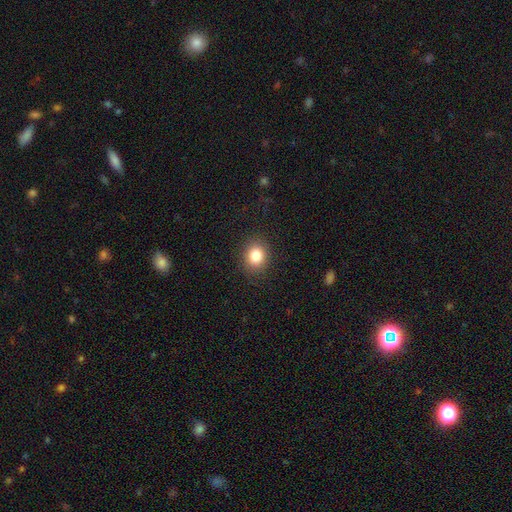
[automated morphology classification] This appears to be a smooth galaxy with no disk features (84%) that is round (60%). Merging: none (88%).